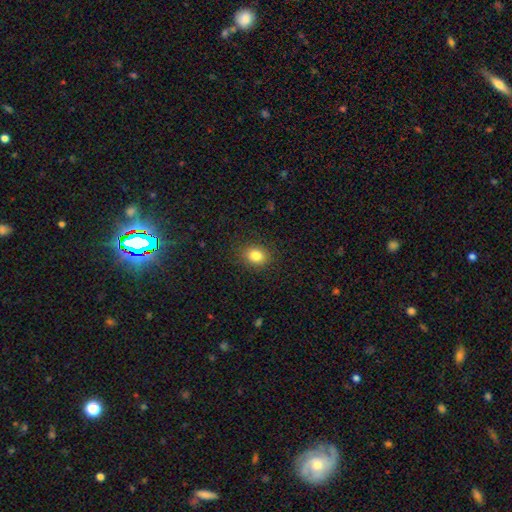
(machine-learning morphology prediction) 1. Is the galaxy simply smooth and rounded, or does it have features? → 83% smooth, 11% star or artifact, 6% featured or disk.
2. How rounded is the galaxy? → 55% round, 44% in between, 1% cigar-shaped.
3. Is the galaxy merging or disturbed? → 88% none, 8% minor disturbance, 3% major disturbance, 1% merger.